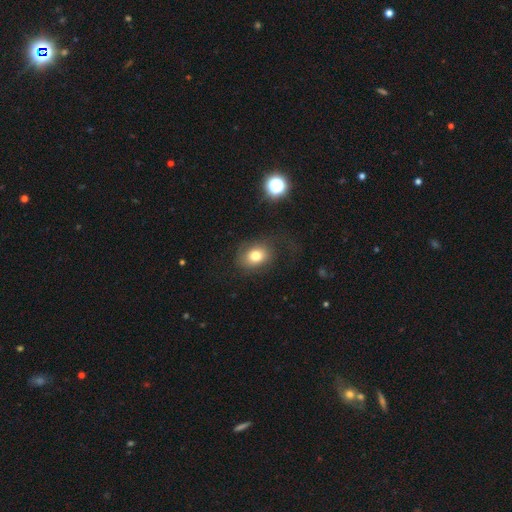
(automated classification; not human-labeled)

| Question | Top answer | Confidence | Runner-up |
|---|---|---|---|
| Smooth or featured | smooth | 76% | featured or disk (13%) |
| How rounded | in between | 57% | round (42%) |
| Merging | none | 67% | minor disturbance (18%) |